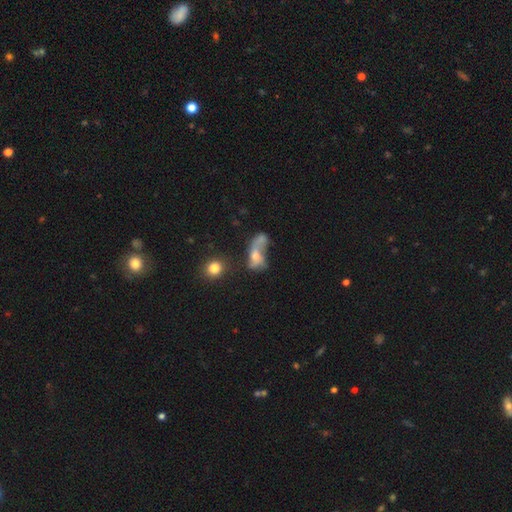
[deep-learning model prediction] Smooth or featured? Predicted: featured or disk (p=0.43). Merging? Predicted: merger (p=0.36).